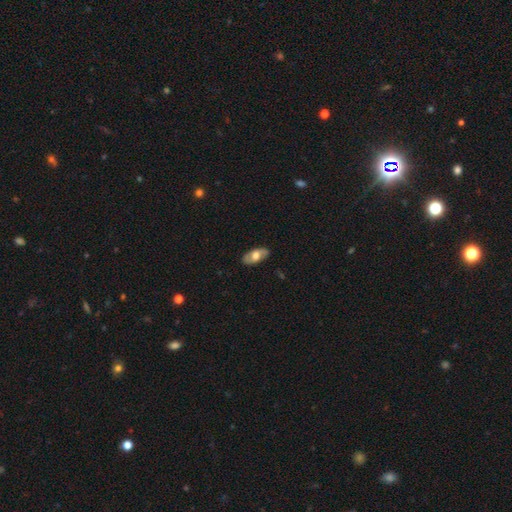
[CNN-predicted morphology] The model was most divided on "smooth or featured": smooth: 54%, featured or disk: 40%, star or artifact: 5%. More confident: how rounded — in between (91%); merging — none (86%).